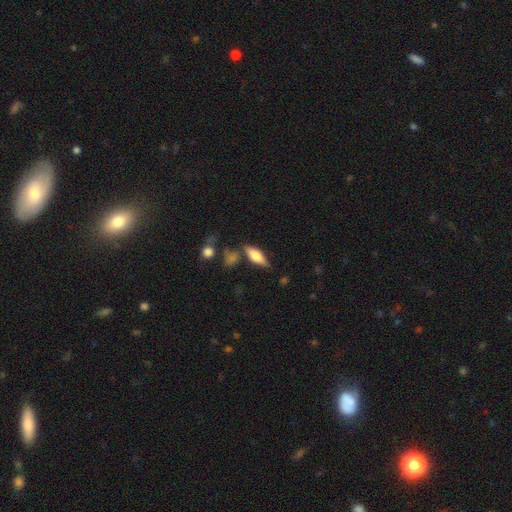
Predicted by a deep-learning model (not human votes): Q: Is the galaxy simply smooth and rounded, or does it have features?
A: smooth — 58%.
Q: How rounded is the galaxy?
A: in between — 60%.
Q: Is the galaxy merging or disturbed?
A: none — 69%.